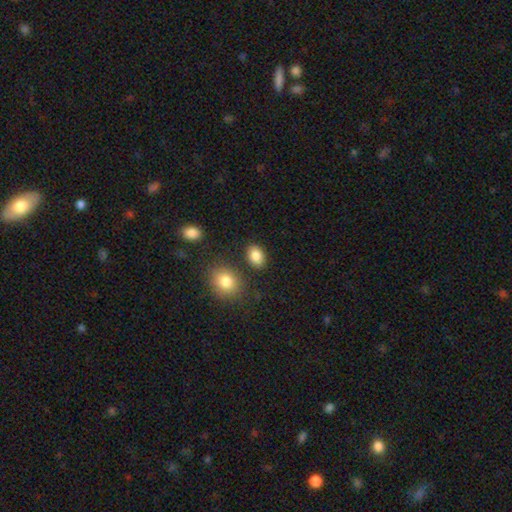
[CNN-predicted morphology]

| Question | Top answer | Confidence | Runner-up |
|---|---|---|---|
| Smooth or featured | smooth | 86% | star or artifact (9%) |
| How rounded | in between | 77% | round (22%) |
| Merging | none | 82% | minor disturbance (10%) |